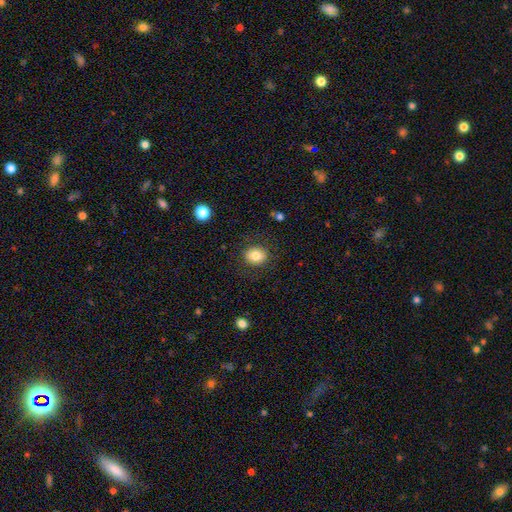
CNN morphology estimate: smooth 82%, star or artifact 9%, featured or disk 9%. Down the decision tree: how rounded — round (64%); merging — none (85%).